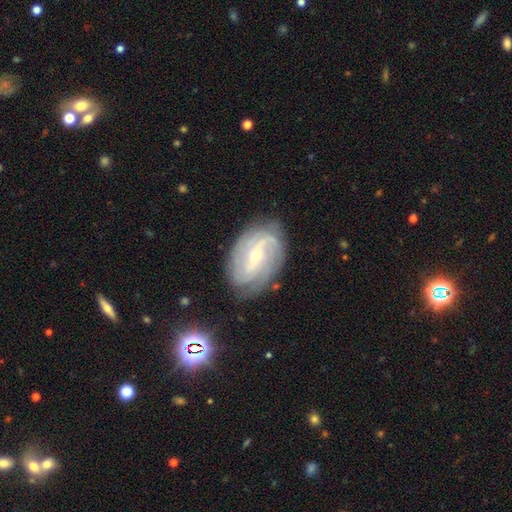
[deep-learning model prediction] A featured or disk galaxy (86%) with a weak bar (43%), 2 (32%) tight (51%) spiral arms (95%) and a small central bulge (65%).

Vote fractions:
- Smooth or featured? featured or disk: 86% / smooth: 8% / star or artifact: 6%
- Edge-on disk? no: 96% / yes: 4%
- Bar? weak: 43% / no: 29% / strong: 29%
- Spiral arms? yes: 95% / no: 5%
- Spiral winding? tight: 51% / medium: 36% / loose: 14%
- Spiral arm count? 2: 32% / can't tell: 25% / 3: 21% / 4: 11% / more than 4: 5% / 1: 5%
- Bulge size? small: 65% / moderate: 32% / large: 1% / none: 1% / dominant: 1%
- Merging? none: 76% / minor disturbance: 17% / major disturbance: 5% / merger: 2%